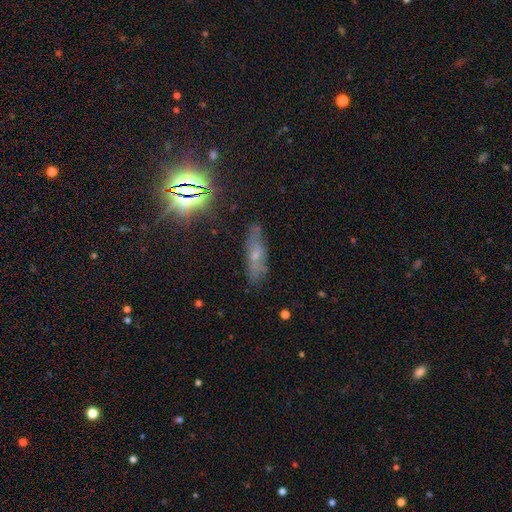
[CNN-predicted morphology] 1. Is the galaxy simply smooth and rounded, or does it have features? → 40% featured or disk, 38% smooth, 22% star or artifact.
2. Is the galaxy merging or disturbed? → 71% none, 20% minor disturbance, 6% major disturbance, 3% merger.